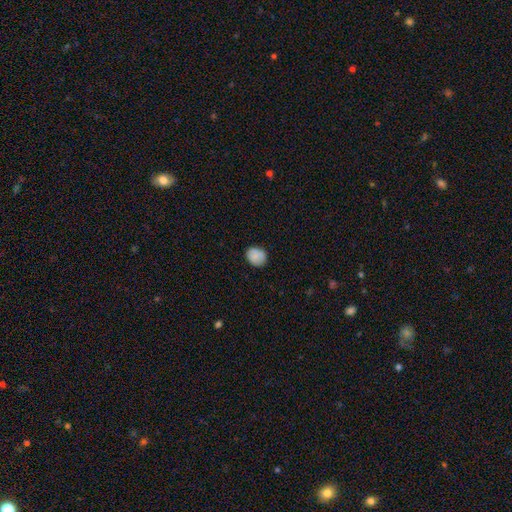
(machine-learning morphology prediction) type=smooth (86%); roundness=round (63%); merging=none (84%).